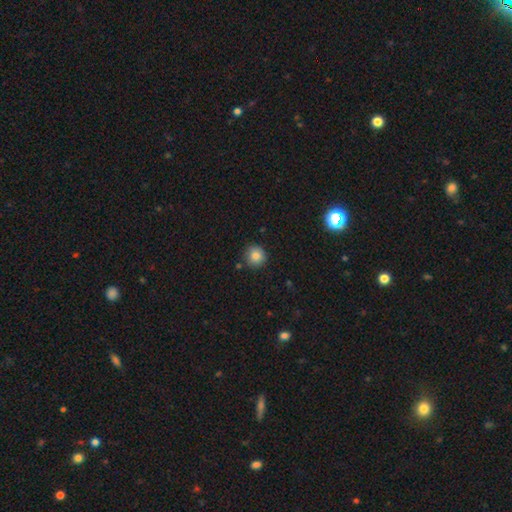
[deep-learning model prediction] A smooth galaxy with no disk features (83%) that is round (92%).

Vote fractions:
- Smooth or featured? smooth: 83% / star or artifact: 11% / featured or disk: 6%
- How rounded? round: 92% / in between: 7% / cigar-shaped: 1%
- Merging? none: 86% / minor disturbance: 8% / merger: 3% / major disturbance: 2%